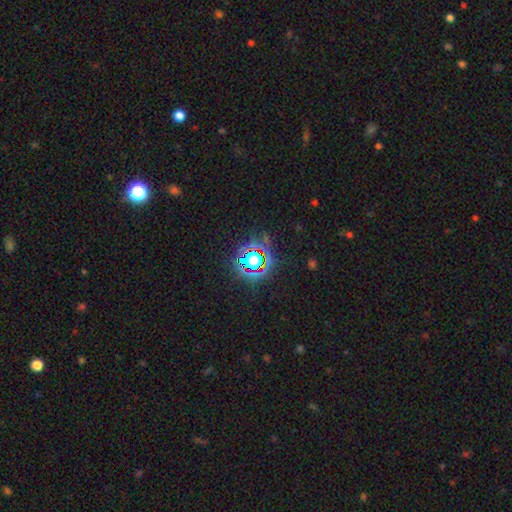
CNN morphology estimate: A star or artifact, not a galaxy (78%).